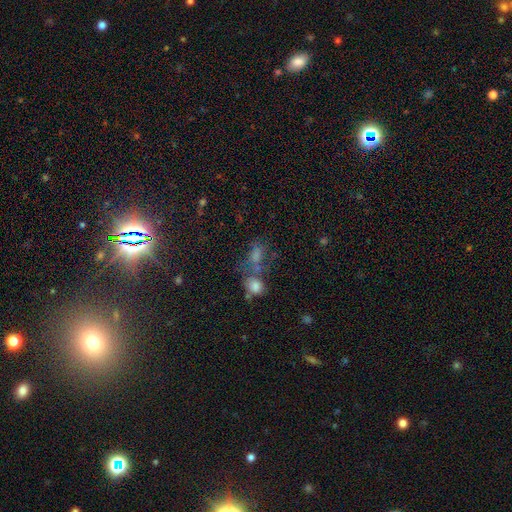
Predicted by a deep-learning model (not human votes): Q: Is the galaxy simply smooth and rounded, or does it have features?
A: smooth — 65%.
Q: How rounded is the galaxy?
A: in between — 72%.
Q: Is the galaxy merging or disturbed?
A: merger — 41%.